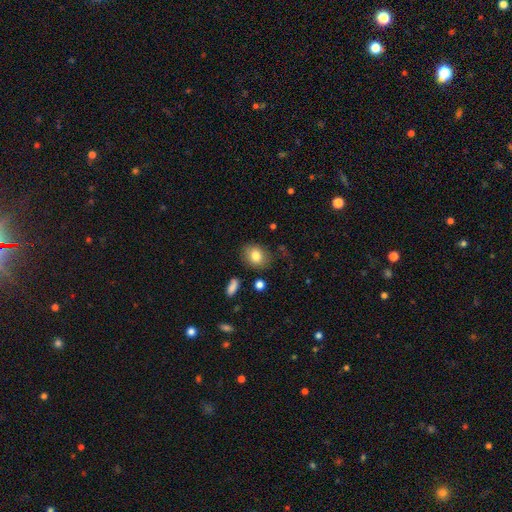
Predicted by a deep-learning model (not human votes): Smooth or featured?
  - smooth: 81% *
  - featured or disk: 10%
  - star or artifact: 9%
How rounded?
  - round: 50% *
  - in between: 49%
  - cigar-shaped: 1%
Merging?
  - none: 79% *
  - minor disturbance: 14%
  - major disturbance: 4%
  - merger: 3%